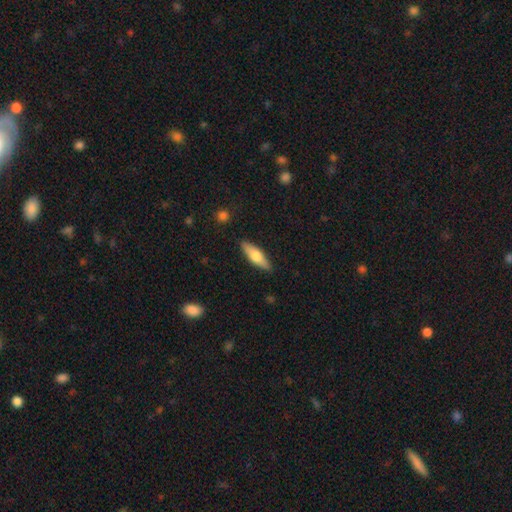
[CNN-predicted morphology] This appears to be a smooth galaxy with no disk features (60%) that is cigar-shaped (51%). Merging: none (88%).